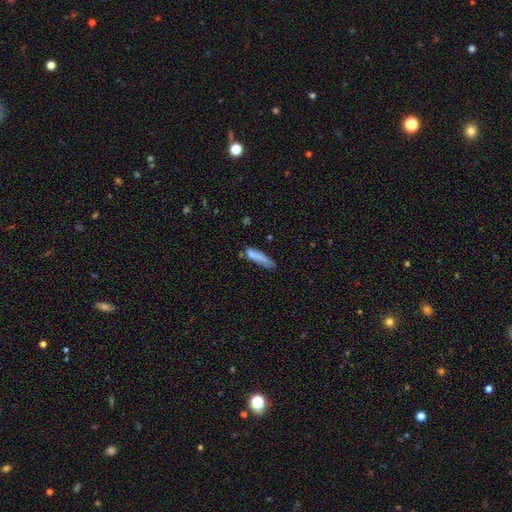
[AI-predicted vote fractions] This is likely a smooth galaxy (75%). How rounded: likely cigar-shaped (75%). Merging: possibly none (51%).